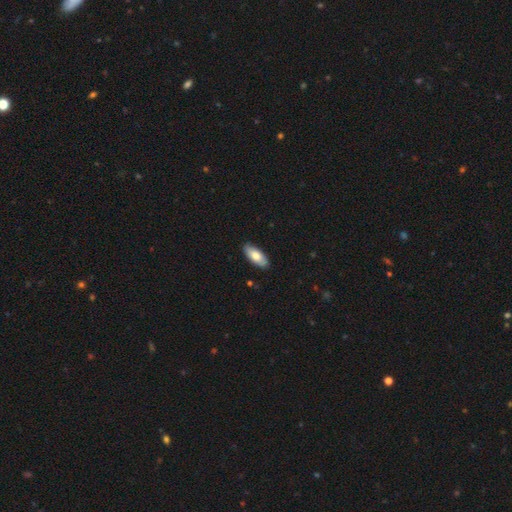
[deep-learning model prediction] Morphology: type=smooth (79%); roundness=in between (86%); merging=none (89%).